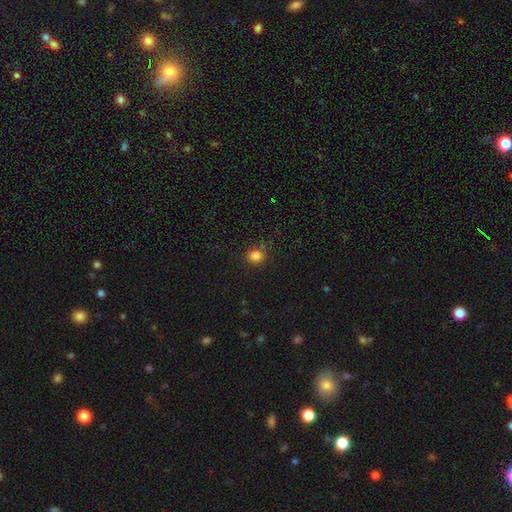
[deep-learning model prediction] This appears to be a smooth galaxy with no disk features (83%) that is round (73%). Merging: none (83%).